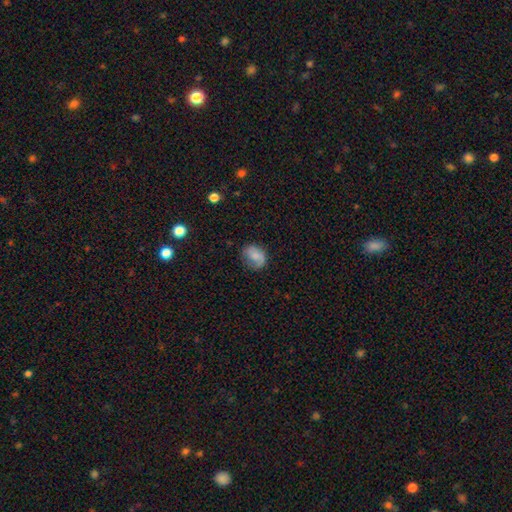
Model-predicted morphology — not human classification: Smooth or featured? smooth (70%)
How rounded? in between (55%)
Merging? none (57%)